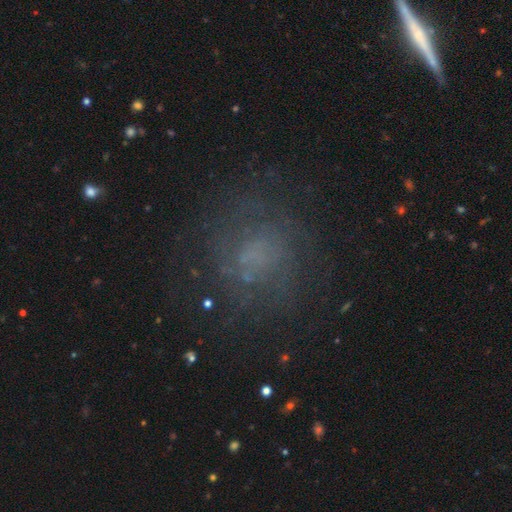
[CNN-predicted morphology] smooth 40%, featured or disk 35%, star or artifact 25%. Down the decision tree: merging — none (72%).